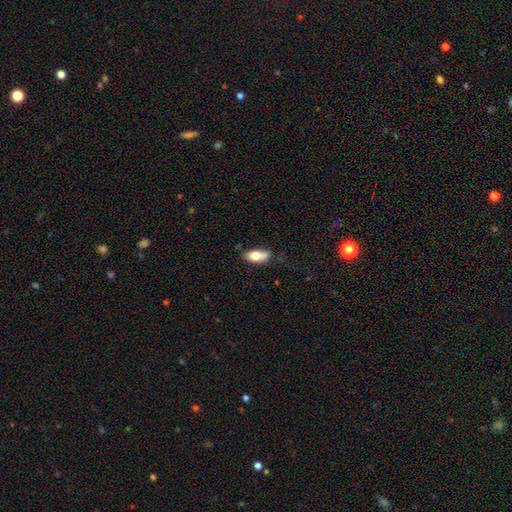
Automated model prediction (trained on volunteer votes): smooth 74%, featured or disk 19%, star or artifact 7%. Down the decision tree: how rounded — in between (85%); merging — none (56%).